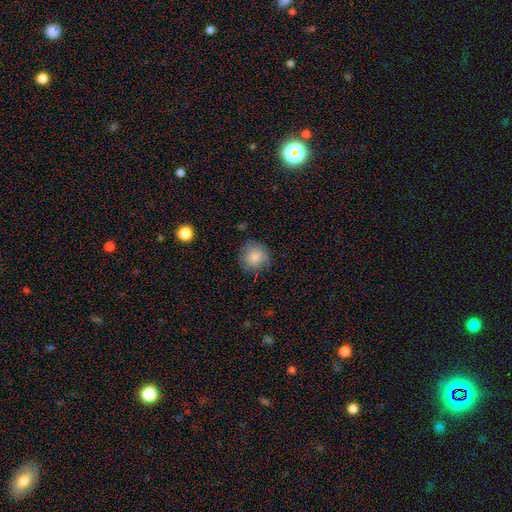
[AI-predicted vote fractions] Overall: smooth (81%). How rounded: round (89%). Merging: none (77%).